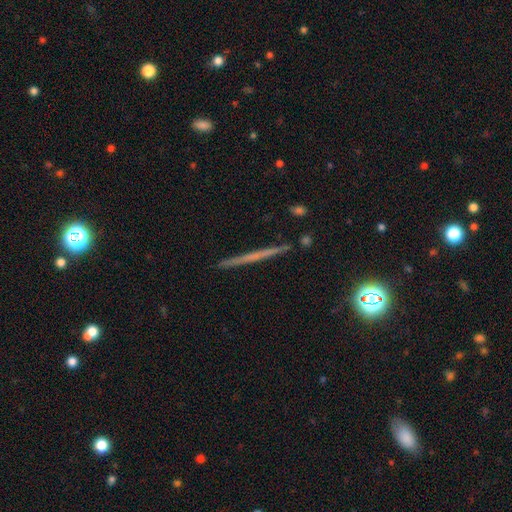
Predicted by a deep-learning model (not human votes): Smooth or featured?
  - featured or disk: 59% *
  - smooth: 31%
  - star or artifact: 10%
Edge-on disk?
  - yes: 98% *
  - no: 2%
Edge-on bulge?
  - none: 83% *
  - rounded: 12%
  - boxy: 5%
Merging?
  - none: 92% *
  - minor disturbance: 6%
  - merger: 1%
  - major disturbance: 1%